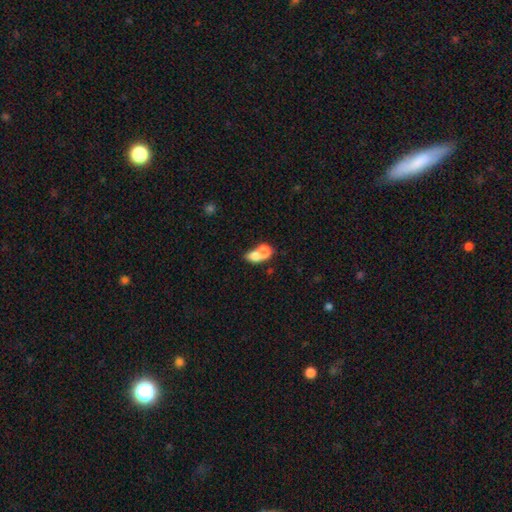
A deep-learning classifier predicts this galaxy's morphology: A smooth galaxy with no disk features (71%) that is in between round and cigar-shaped (52%). Merging: merger (69%).